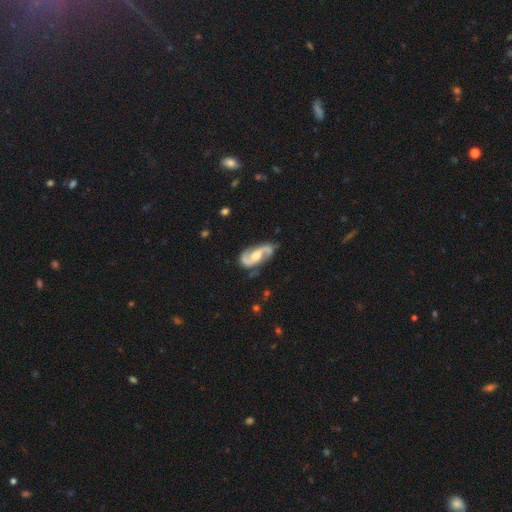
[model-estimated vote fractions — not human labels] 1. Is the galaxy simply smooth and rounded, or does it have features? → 88% featured or disk, 8% smooth, 4% star or artifact.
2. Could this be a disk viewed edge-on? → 96% no, 4% yes.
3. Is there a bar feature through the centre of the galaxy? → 46% no, 41% weak, 13% strong.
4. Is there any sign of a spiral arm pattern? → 97% yes, 3% no.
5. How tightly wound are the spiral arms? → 51% medium, 33% loose, 16% tight.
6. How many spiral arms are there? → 92% 2, 3% can't tell, 2% 1, 2% 3, 1% 4, 1% more than 4.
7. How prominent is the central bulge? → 50% moderate, 22% large, 17% small, 10% none, 2% dominant.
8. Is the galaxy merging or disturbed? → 72% none, 18% minor disturbance, 7% major disturbance, 2% merger.